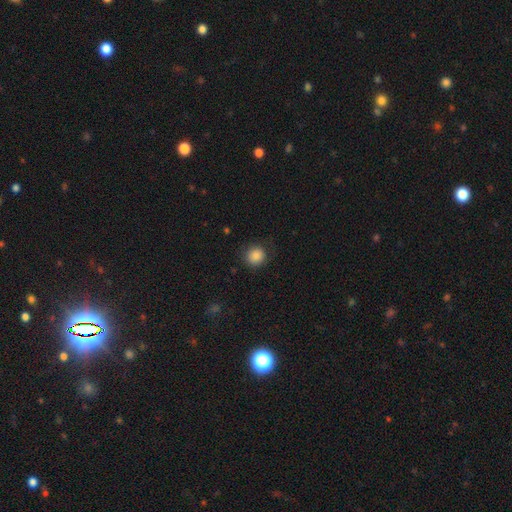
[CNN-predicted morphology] This appears to be a smooth galaxy with no disk features (86%) that is round (88%). Merging: none (82%).